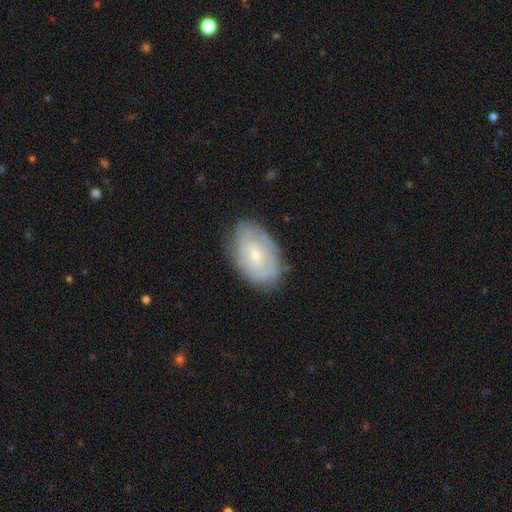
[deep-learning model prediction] Overall: featured or disk (61%; smooth 32%). Edge-on disk: no (94%). Bar: no (62%; weak 32%). Spiral arms: yes (72%). Bulge size: small (67%; moderate 28%). Merging: none (77%).